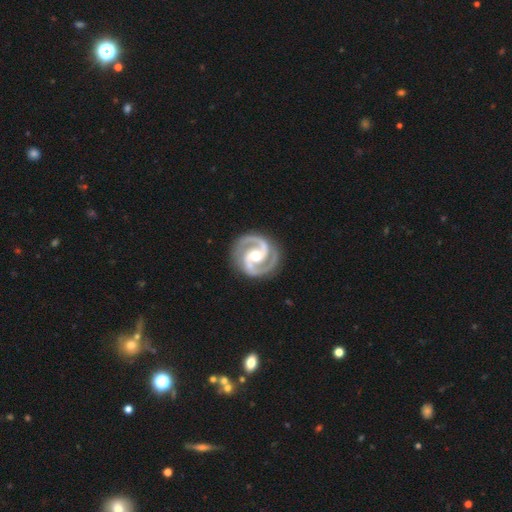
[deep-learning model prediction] A featured or disk galaxy (94%) with a weak bar (37%), 2 (94%) medium (54%) spiral arms (99%) and a moderate central bulge (76%).

Vote fractions:
- Smooth or featured? featured or disk: 94% / star or artifact: 3% / smooth: 2%
- Edge-on disk? no: 98% / yes: 2%
- Bar? weak: 37% / strong: 32% / no: 32%
- Spiral arms? yes: 99% / no: 1%
- Spiral winding? medium: 54% / tight: 40% / loose: 6%
- Spiral arm count? 2: 94% / 3: 2% / can't tell: 1% / 1: 1% / 4: 1% / more than 4: 1%
- Bulge size? moderate: 76% / small: 14% / large: 8% / none: 1% / dominant: 1%
- Merging? none: 87% / minor disturbance: 9% / major disturbance: 2% / merger: 1%